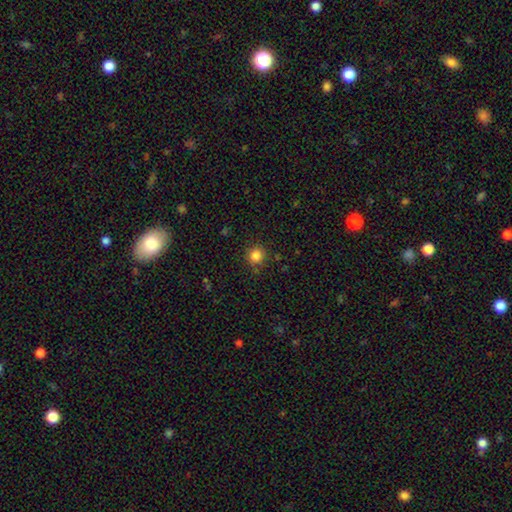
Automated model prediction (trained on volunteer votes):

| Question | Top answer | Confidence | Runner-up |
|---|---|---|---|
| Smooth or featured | smooth | 84% | star or artifact (12%) |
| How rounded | round | 92% | in between (7%) |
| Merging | none | 85% | minor disturbance (10%) |